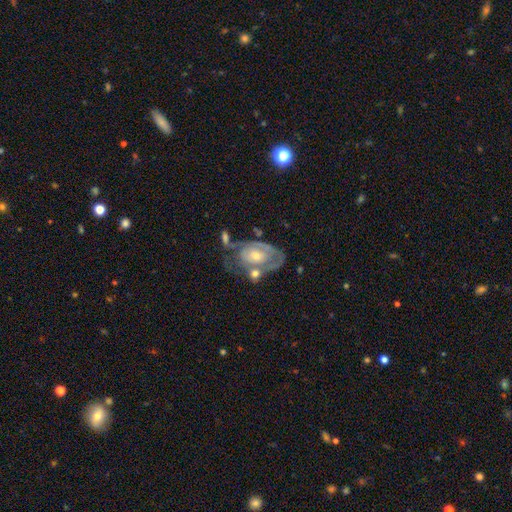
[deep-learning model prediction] Morphology: type=featured or disk (73%); edge-on=no (95%); bar=no (76%); spiral arms=yes (65%); bulge=moderate (53%); merging=none (37%).